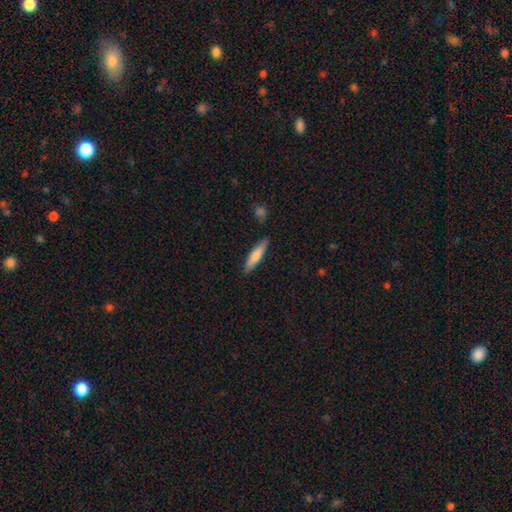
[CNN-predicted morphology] Q: Smooth or featured?
A: smooth (70%); runner-up: featured or disk (25%)
Q: How rounded?
A: cigar-shaped (79%); runner-up: in between (19%)
Q: Merging?
A: none (87%); runner-up: minor disturbance (9%)